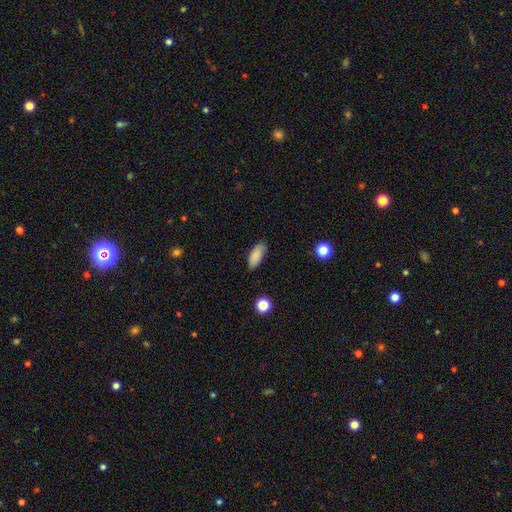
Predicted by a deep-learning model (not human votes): A smooth galaxy with no disk features (87%) that is in between round and cigar-shaped (83%).

Vote fractions:
- Smooth or featured? smooth: 87% / star or artifact: 8% / featured or disk: 5%
- How rounded? in between: 83% / cigar-shaped: 15% / round: 2%
- Merging? none: 82% / minor disturbance: 14% / major disturbance: 3% / merger: 1%